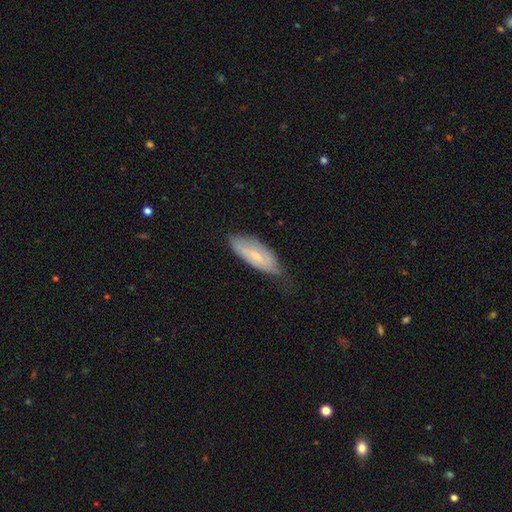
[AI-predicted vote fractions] This is possibly a smooth galaxy (58%). How rounded: likely in between (73%). Merging: possibly none (55%).